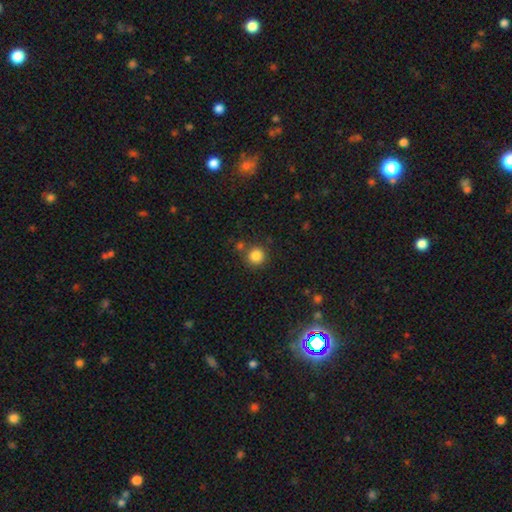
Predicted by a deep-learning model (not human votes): smooth_or_featured: smooth (p=0.85) [alt: star or artifact p=0.11]
how_rounded: round (p=0.93) [alt: in between p=0.06]
merging: none (p=0.80) [alt: minor disturbance p=0.09]